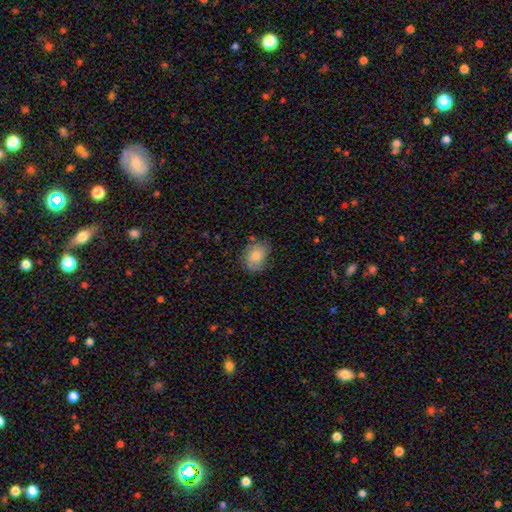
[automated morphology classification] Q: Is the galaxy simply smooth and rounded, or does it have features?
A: smooth — 65%.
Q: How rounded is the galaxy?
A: in between — 59%.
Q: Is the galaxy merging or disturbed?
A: none — 74%.